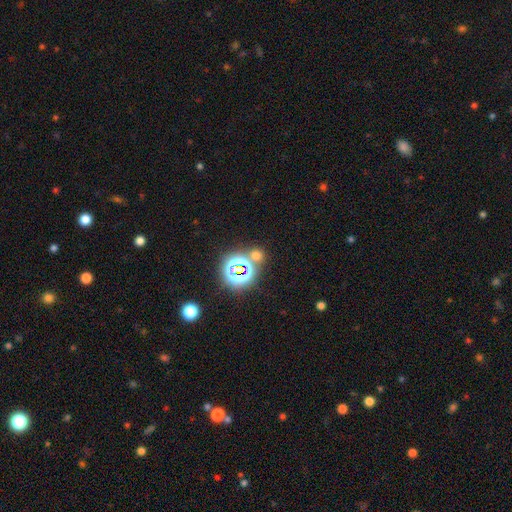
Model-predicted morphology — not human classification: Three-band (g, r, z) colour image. It shows a smooth galaxy with no disk features (48%). Merging: none (68%).